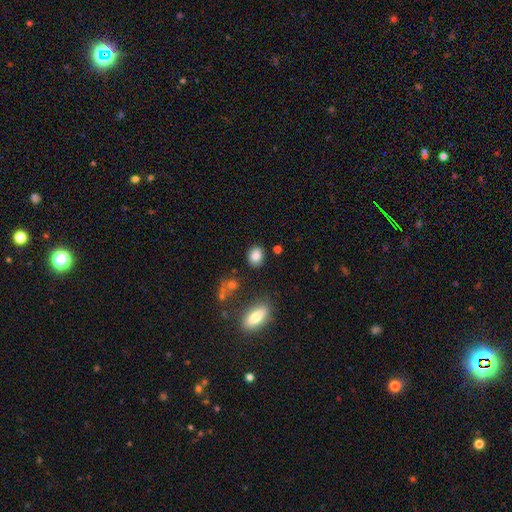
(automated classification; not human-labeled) smooth-or-featured: smooth: 84% | star or artifact: 9% | featured or disk: 7%
  how-rounded: round: 56% | in between: 42% | cigar-shaped: 2%
  merging: none: 84% | minor disturbance: 10% | merger: 3% | major disturbance: 3%